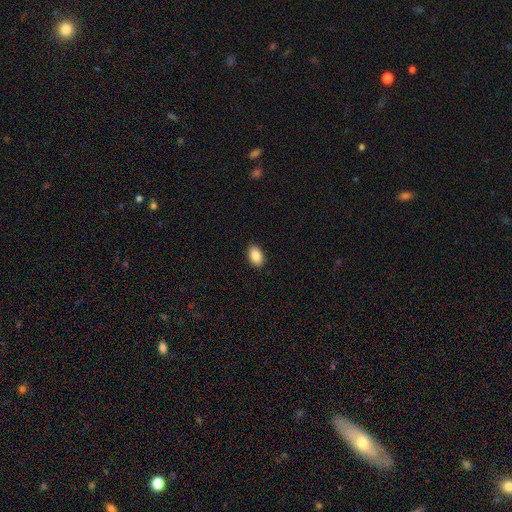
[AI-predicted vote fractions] A smooth galaxy with no disk features (89%) that is in between round and cigar-shaped (89%).

Vote fractions:
- Smooth or featured? smooth: 89% / star or artifact: 7% / featured or disk: 4%
- How rounded? in between: 89% / round: 9% / cigar-shaped: 1%
- Merging? none: 89% / minor disturbance: 8% / major disturbance: 2% / merger: 1%